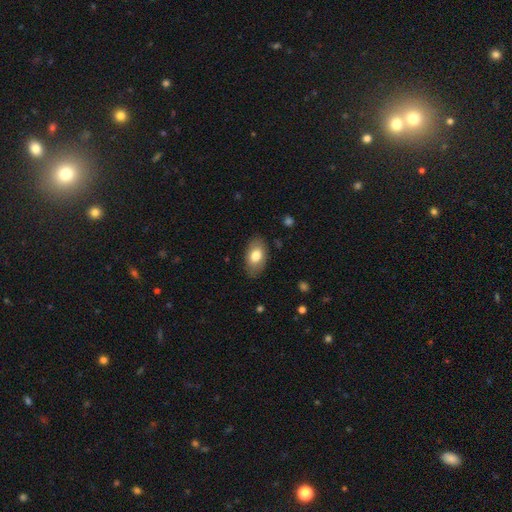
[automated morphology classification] The model was most divided on "smooth or featured": smooth: 76%, featured or disk: 17%, star or artifact: 7%. More confident: how rounded — in between (92%); merging — none (84%).